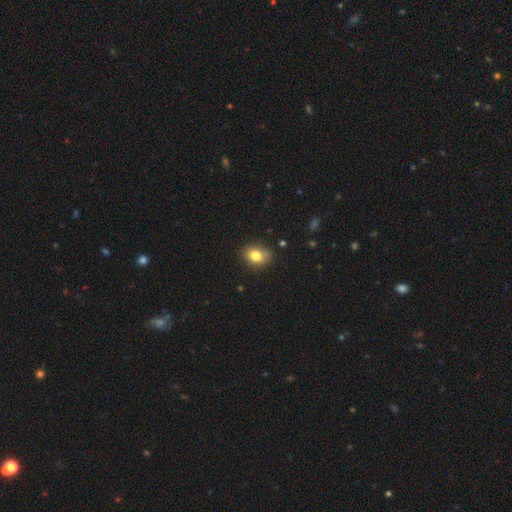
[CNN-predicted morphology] Overall: smooth (81%). How rounded: in between (64%; round 35%). Merging: none (77%).